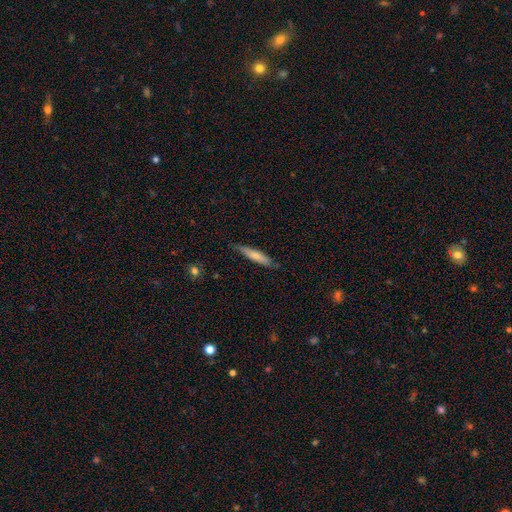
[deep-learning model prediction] A smooth galaxy with no disk features (70%) that is cigar-shaped (86%). Merging: none (80%).